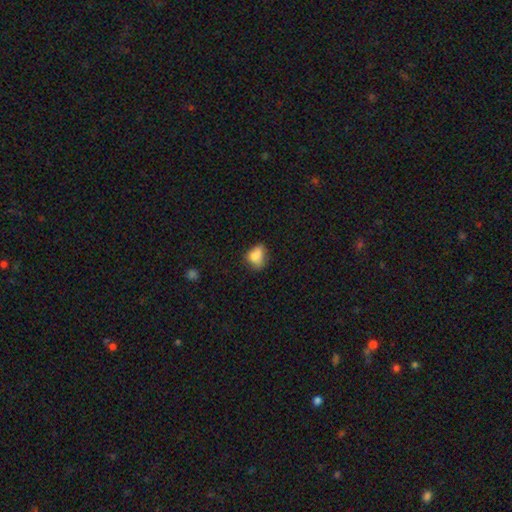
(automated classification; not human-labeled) Morphology: type=smooth (78%); roundness=in between (73%); merging=none (40%).